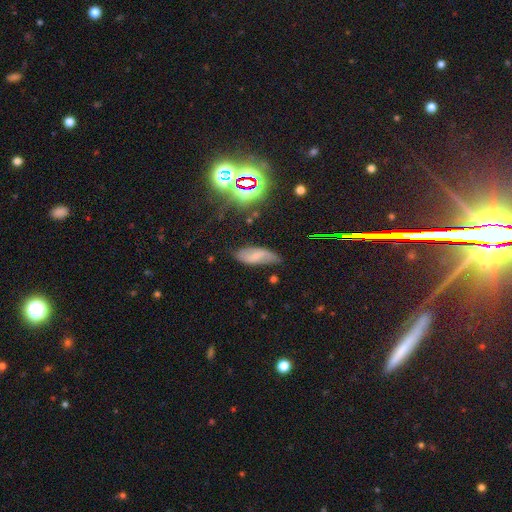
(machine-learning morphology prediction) type=smooth (55%); roundness=in between (78%); merging=none (60%).